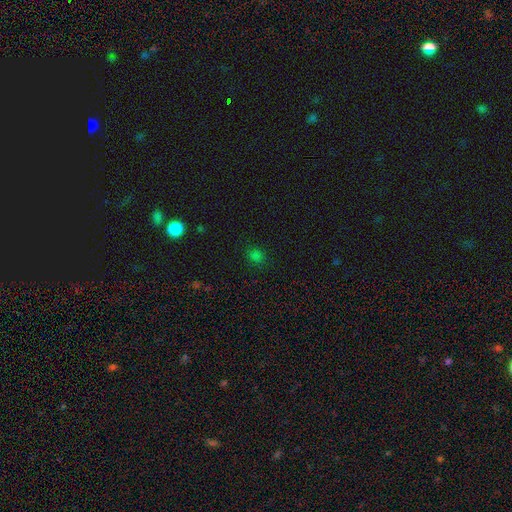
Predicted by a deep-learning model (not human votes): Smooth or featured? Predicted: smooth (p=0.73). How rounded? Predicted: round (p=0.73). Merging? Predicted: none (p=0.85).